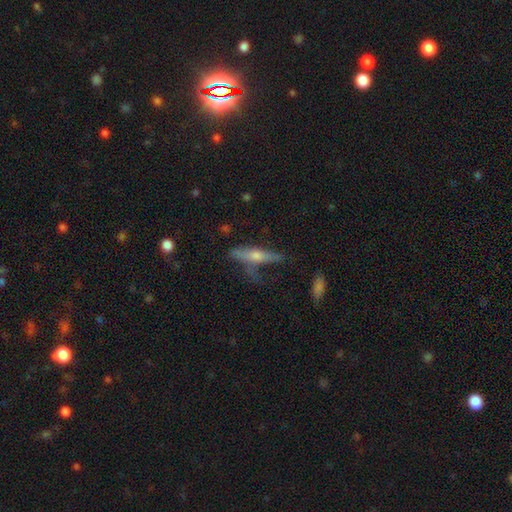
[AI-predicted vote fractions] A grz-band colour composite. It shows a featured or disk galaxy (57%) viewed edge-on (90%) with a rounded central bulge (86%). Merging: none (57%).